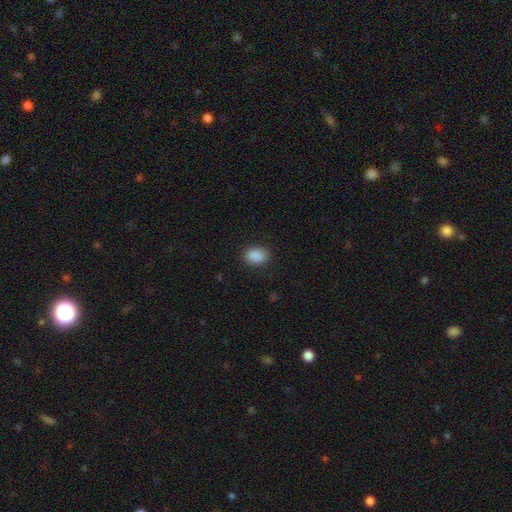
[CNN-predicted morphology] This appears to be a smooth galaxy with no disk features (89%) that is in between round and cigar-shaped (66%). Merging: none (87%).